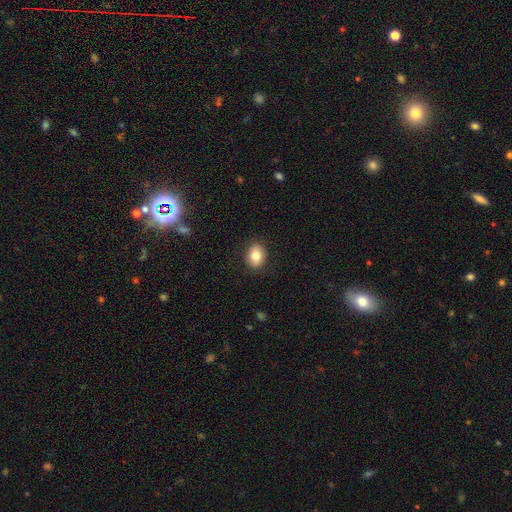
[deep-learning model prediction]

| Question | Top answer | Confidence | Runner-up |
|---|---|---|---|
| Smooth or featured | smooth | 81% | featured or disk (10%) |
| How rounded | in between | 53% | round (46%) |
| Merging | none | 89% | minor disturbance (8%) |